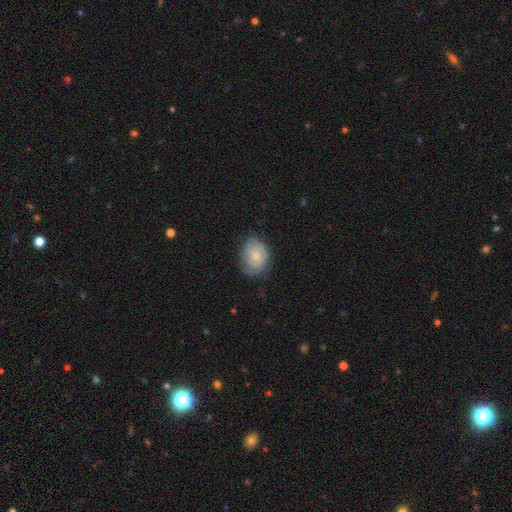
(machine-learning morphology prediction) This is possibly a smooth galaxy (55%). How rounded: possibly in between (53%). Merging: likely none (63%).